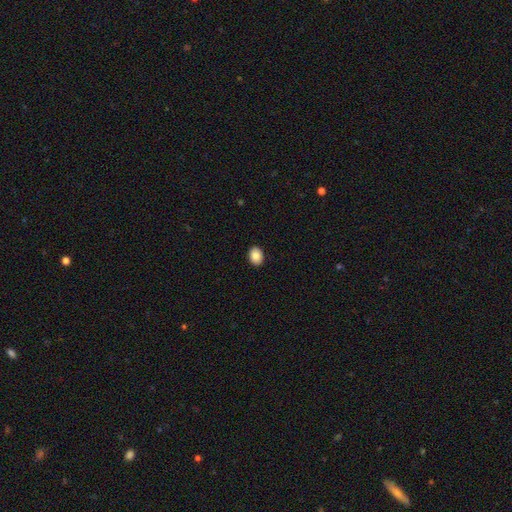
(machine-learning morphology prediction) This is clearly a smooth galaxy (87%). How rounded: likely in between (67%). Merging: clearly none (91%).